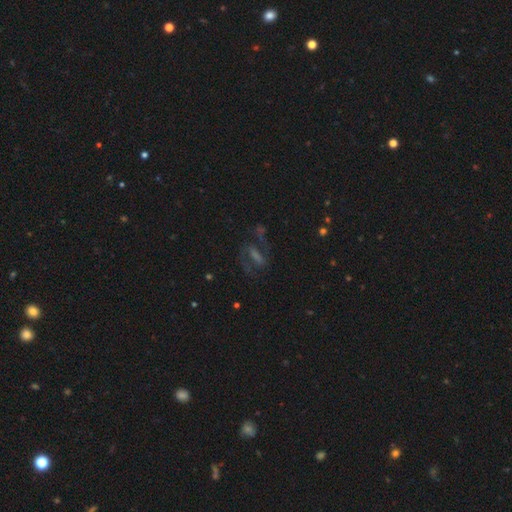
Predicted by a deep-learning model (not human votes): Smooth or featured? featured or disk (59%)
Edge-on disk? no (88%)
Bar? strong (50%)
Spiral arms? yes (77%)
Bulge size? none (39%)
Merging? none (63%)